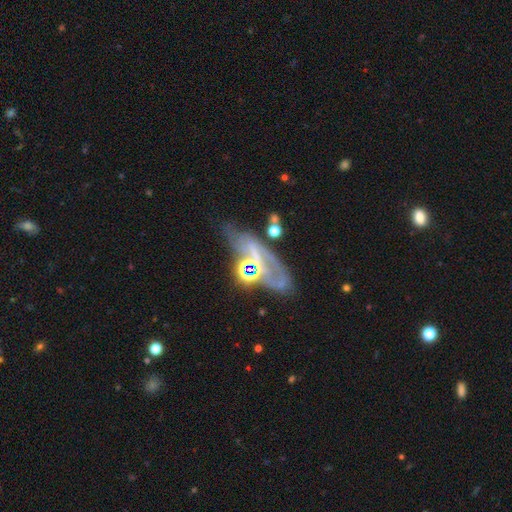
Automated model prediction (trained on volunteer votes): Smooth or featured?
  - featured or disk: 65% *
  - star or artifact: 18%
  - smooth: 17%
Edge-on disk?
  - no: 85% *
  - yes: 15%
Bar?
  - no: 49% *
  - weak: 31%
  - strong: 21%
Spiral arms?
  - yes: 62% *
  - no: 38%
Bulge size?
  - small: 47% *
  - moderate: 24%
  - none: 23%
  - large: 4%
  - dominant: 2%
Merging?
  - none: 39% *
  - major disturbance: 26%
  - minor disturbance: 20%
  - merger: 16%